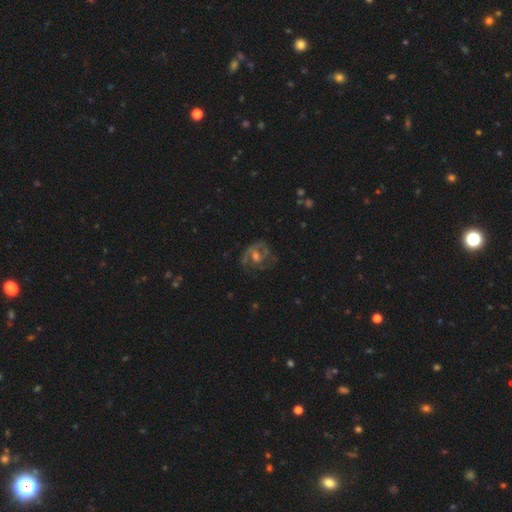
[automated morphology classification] Smooth or featured: featured or disk — 71% (smooth — 17%)
Edge-on disk: no — 97% (yes — 3%)
Bar: no — 55% (weak — 35%)
Spiral arms: yes — 79% (no — 21%)
Spiral winding: medium — 43% (tight — 40%)
Spiral arm count: 2 — 41% (can't tell — 29%)
Bulge size: moderate — 59% (small — 26%)
Merging: none — 61% (minor disturbance — 19%)